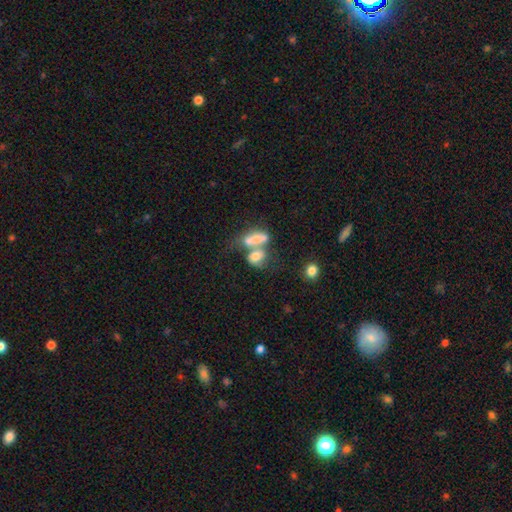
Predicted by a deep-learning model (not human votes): smooth 66%, featured or disk 23%, star or artifact 11%. Down the decision tree: how rounded — in between (67%); merging — merger (60%).